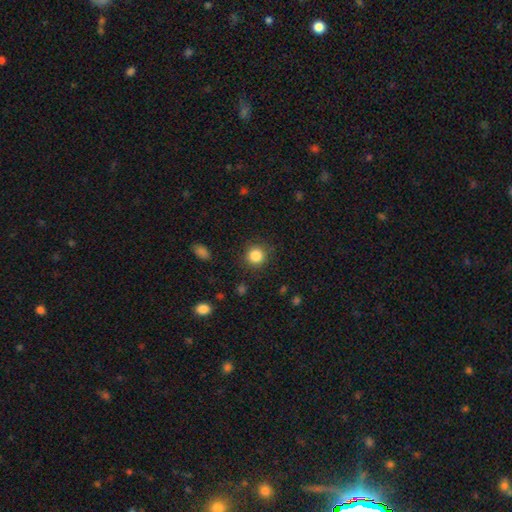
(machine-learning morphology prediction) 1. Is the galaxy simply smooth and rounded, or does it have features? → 84% smooth, 11% star or artifact, 5% featured or disk.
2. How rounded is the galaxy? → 92% round, 7% in between, 1% cigar-shaped.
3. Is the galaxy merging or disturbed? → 89% none, 7% minor disturbance, 3% major disturbance, 1% merger.